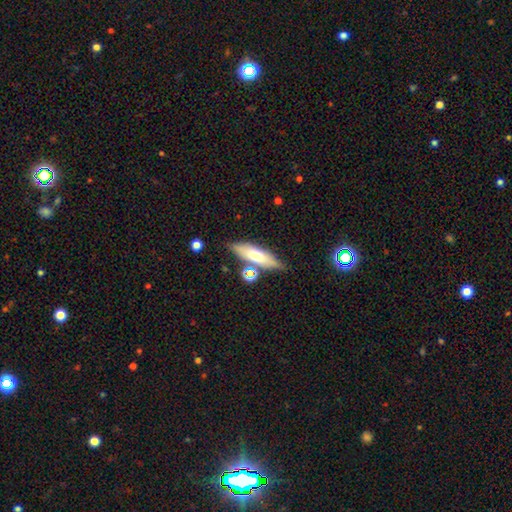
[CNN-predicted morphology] smooth_or_featured: smooth (p=0.58) [alt: featured or disk p=0.34]
how_rounded: cigar-shaped (p=0.55) [alt: in between p=0.42]
merging: none (p=0.74) [alt: minor disturbance p=0.15]